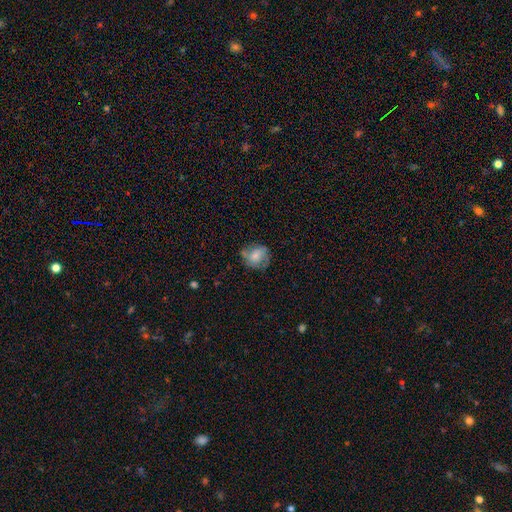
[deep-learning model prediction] Overall: smooth (57%; featured or disk 34%). How rounded: round (69%; in between 30%). Merging: none (59%; minor disturbance 27%).